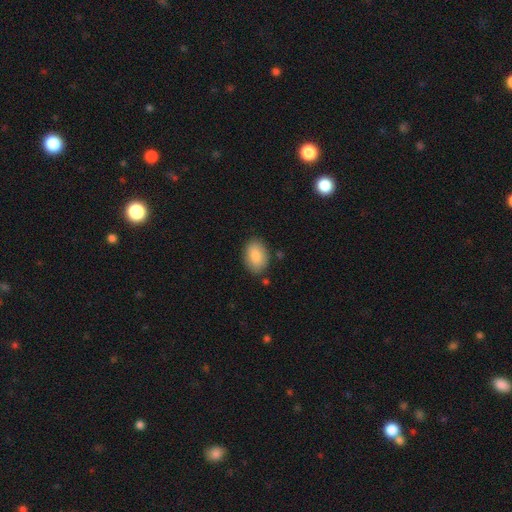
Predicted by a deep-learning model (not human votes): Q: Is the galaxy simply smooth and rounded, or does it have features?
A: smooth — 87%.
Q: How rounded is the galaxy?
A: in between — 89%.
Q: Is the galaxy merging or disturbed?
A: none — 84%.